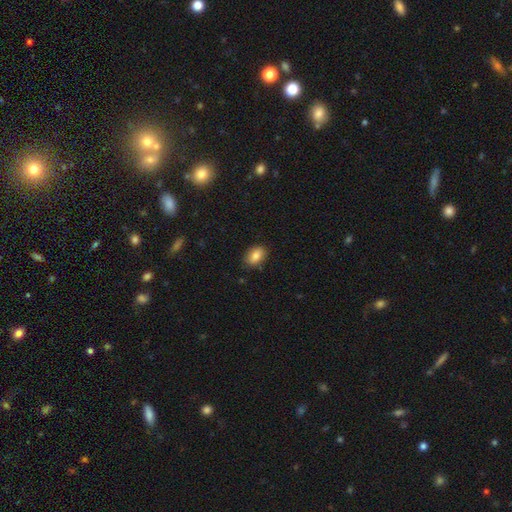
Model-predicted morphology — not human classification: Overall: smooth (85%). How rounded: in between (87%). Merging: none (85%).